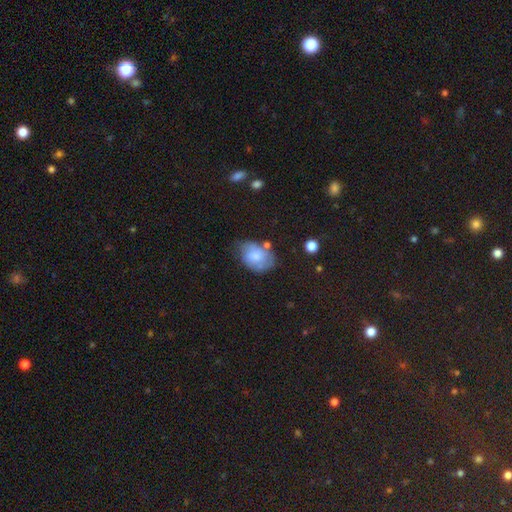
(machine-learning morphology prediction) Smooth or featured: smooth — 65% (featured or disk — 26%)
How rounded: in between — 74% (round — 24%)
Merging: none — 47% (minor disturbance — 34%)